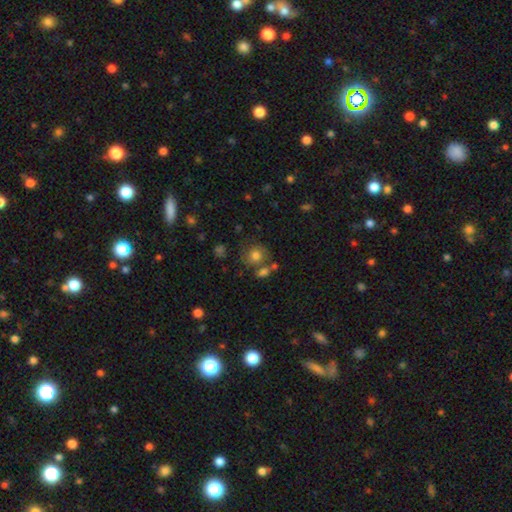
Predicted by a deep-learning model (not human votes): Overall: smooth (72%). How rounded: round (80%). Merging: none (61%).